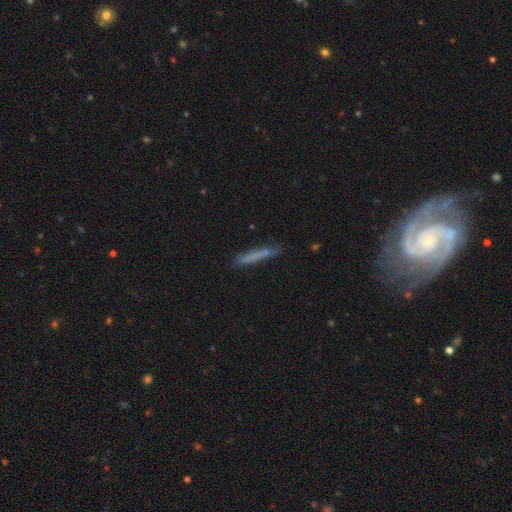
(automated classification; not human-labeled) Smooth or featured?
  - smooth: 70% *
  - featured or disk: 22%
  - star or artifact: 8%
How rounded?
  - cigar-shaped: 96% *
  - in between: 3%
  - round: 1%
Merging?
  - none: 82% *
  - minor disturbance: 13%
  - major disturbance: 3%
  - merger: 2%